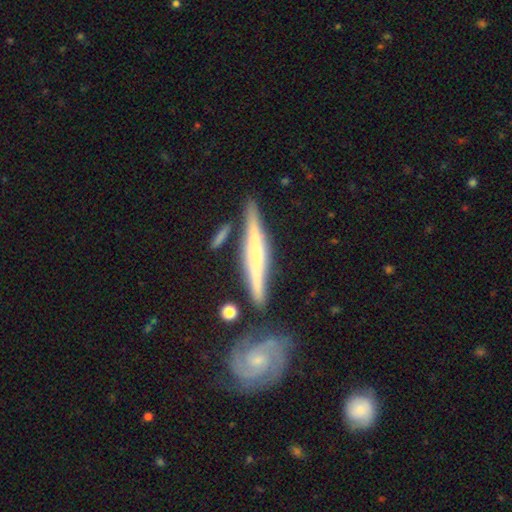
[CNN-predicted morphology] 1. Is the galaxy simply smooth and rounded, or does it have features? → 69% featured or disk, 26% smooth, 5% star or artifact.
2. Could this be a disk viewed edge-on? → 93% yes, 7% no.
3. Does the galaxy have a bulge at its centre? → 46% rounded, 40% none, 14% boxy.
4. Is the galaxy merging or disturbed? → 76% none, 13% minor disturbance, 8% merger, 3% major disturbance.